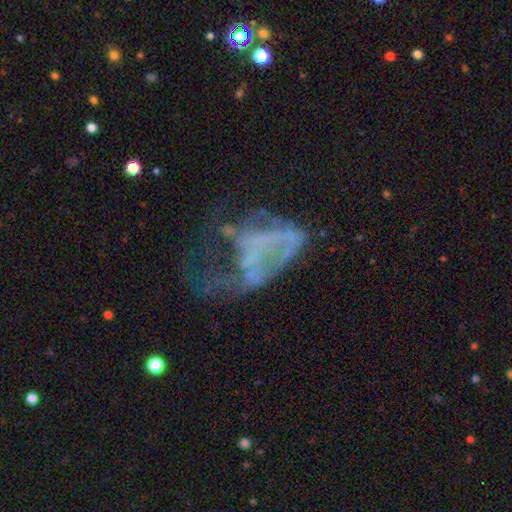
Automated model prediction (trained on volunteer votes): Q: Smooth or featured?
A: featured or disk (62%); runner-up: smooth (21%)
Q: Edge-on disk?
A: no (97%); runner-up: yes (3%)
Q: Bar?
A: no (86%); runner-up: weak (10%)
Q: Spiral arms?
A: no (80%); runner-up: yes (20%)
Q: Bulge size?
A: none (83%); runner-up: small (9%)
Q: Merging?
A: major disturbance (58%); runner-up: none (19%)